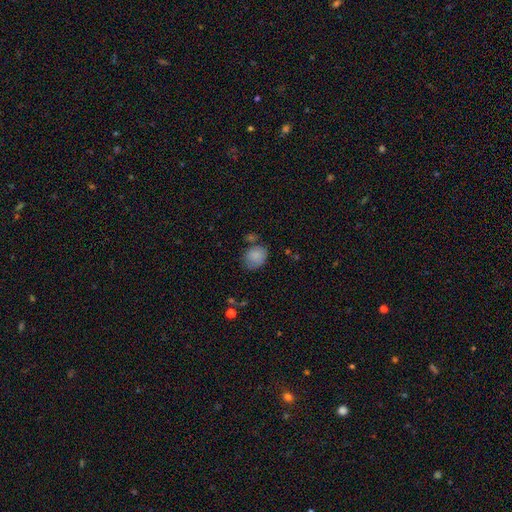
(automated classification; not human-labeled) A smooth galaxy with no disk features (86%) that is in between round and cigar-shaped (51%). Merging: none (64%).